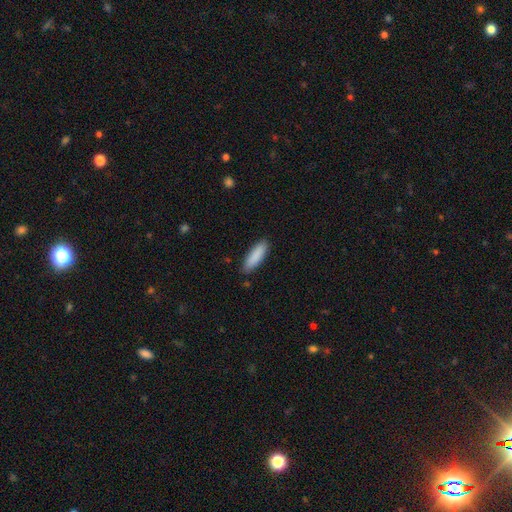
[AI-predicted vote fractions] Q: Smooth or featured?
A: smooth (89%); runner-up: featured or disk (6%)
Q: How rounded?
A: cigar-shaped (53%); runner-up: in between (46%)
Q: Merging?
A: none (85%); runner-up: minor disturbance (11%)